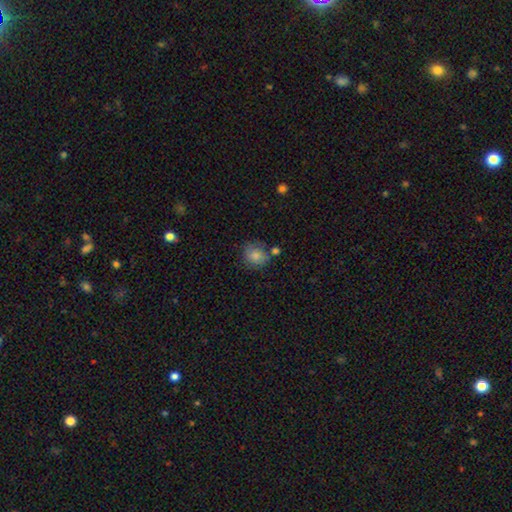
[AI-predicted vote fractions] This is likely a smooth galaxy (79%). How rounded: clearly round (80%). Merging: likely none (64%).